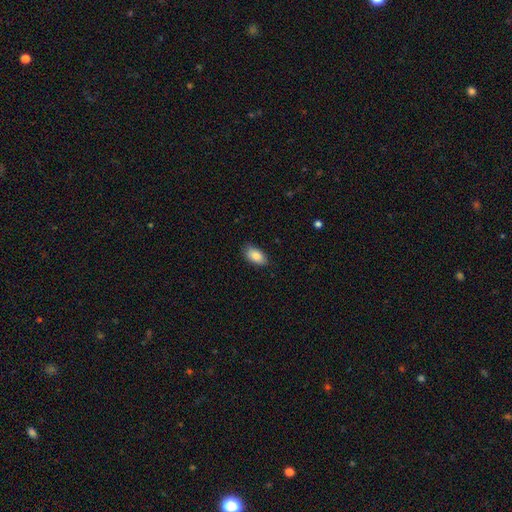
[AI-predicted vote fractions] A smooth galaxy with no disk features (86%) that is in between round and cigar-shaped (93%).

Vote fractions:
- Smooth or featured? smooth: 86% / featured or disk: 7% / star or artifact: 7%
- How rounded? in between: 93% / round: 5% / cigar-shaped: 2%
- Merging? none: 84% / minor disturbance: 13% / major disturbance: 2% / merger: 1%